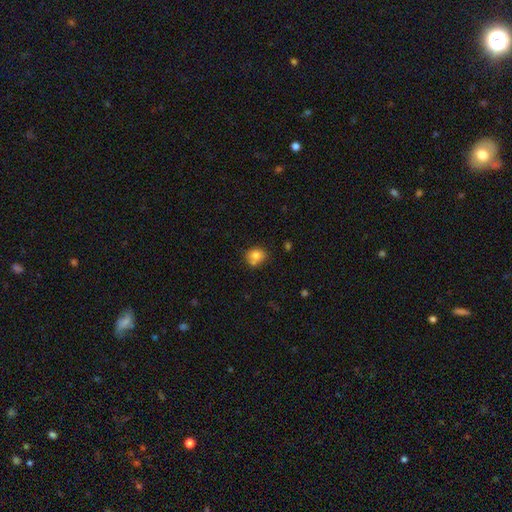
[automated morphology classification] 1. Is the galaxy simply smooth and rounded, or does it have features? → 77% smooth, 13% featured or disk, 10% star or artifact.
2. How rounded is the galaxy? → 64% round, 35% in between, 1% cigar-shaped.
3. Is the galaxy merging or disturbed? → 53% none, 23% merger, 19% minor disturbance, 5% major disturbance.